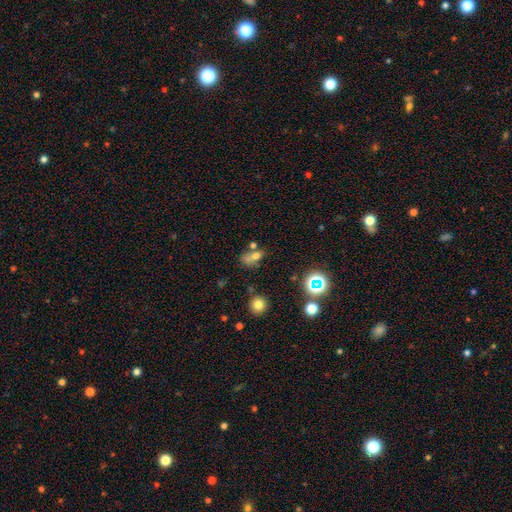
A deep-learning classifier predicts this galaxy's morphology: smooth-or-featured: smooth: 62% | star or artifact: 21% | featured or disk: 17%
  how-rounded: in between: 64% | round: 27% | cigar-shaped: 9%
  merging: none: 39% | merger: 35% | minor disturbance: 15% | major disturbance: 11%